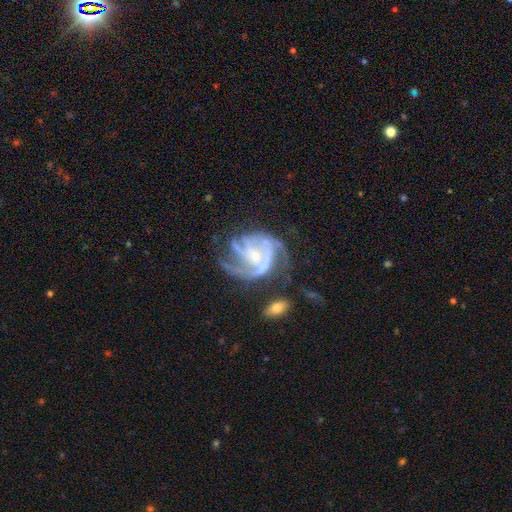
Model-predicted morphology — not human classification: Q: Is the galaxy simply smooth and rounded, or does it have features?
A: featured or disk — 89%.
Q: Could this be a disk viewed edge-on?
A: no — 98%.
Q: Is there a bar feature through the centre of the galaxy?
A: no — 52%.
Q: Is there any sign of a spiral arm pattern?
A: yes — 97%.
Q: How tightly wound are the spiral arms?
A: medium — 49%.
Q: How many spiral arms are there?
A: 3 — 44%.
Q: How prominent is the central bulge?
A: small — 74%.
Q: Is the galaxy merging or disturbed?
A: none — 48%.